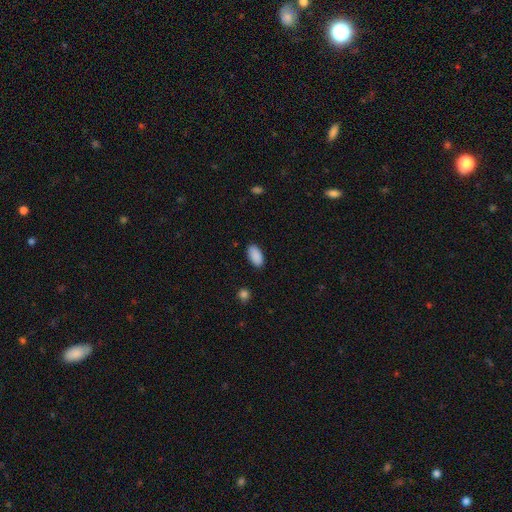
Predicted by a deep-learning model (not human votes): smooth_or_featured: smooth (p=0.90) [alt: star or artifact p=0.07]
how_rounded: in between (p=0.94) [alt: cigar-shaped p=0.04]
merging: none (p=0.88) [alt: minor disturbance p=0.09]